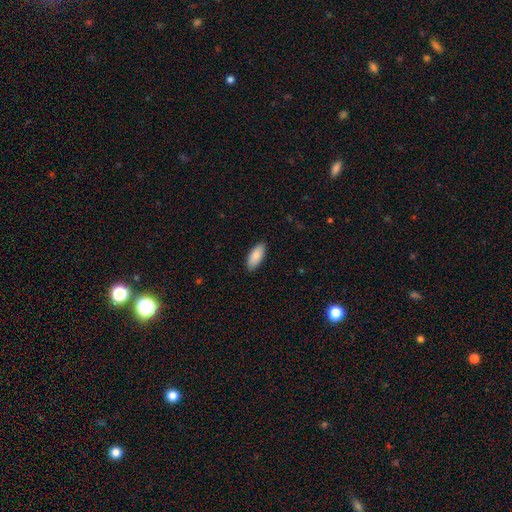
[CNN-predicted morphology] Overall: smooth (88%). How rounded: in between (86%). Merging: none (89%).